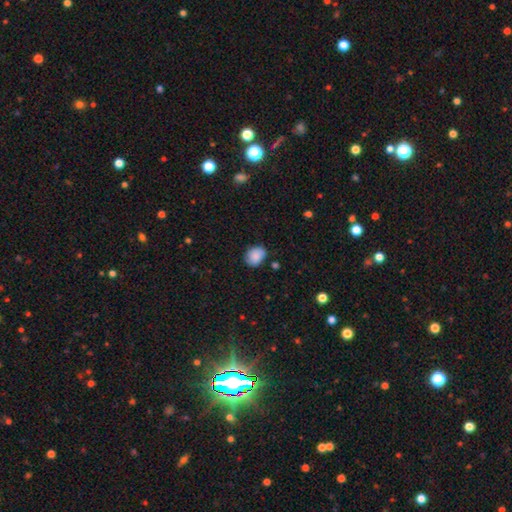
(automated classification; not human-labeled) Smooth or featured: smooth — 87% (star or artifact — 8%)
How rounded: in between — 51% (round — 48%)
Merging: none — 76% (minor disturbance — 19%)